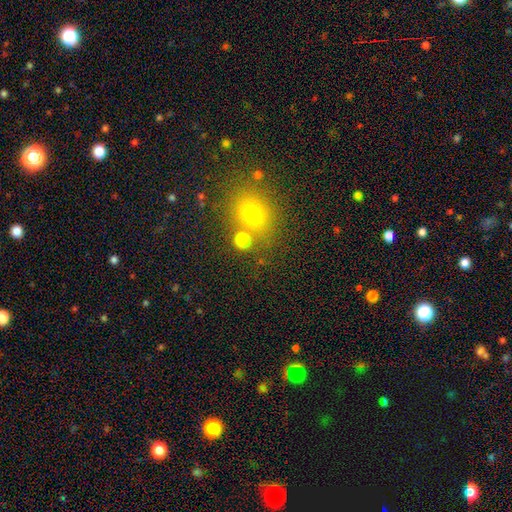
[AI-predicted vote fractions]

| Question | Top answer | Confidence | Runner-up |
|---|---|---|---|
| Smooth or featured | smooth | 57% | star or artifact (34%) |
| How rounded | round | 75% | in between (24%) |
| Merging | none | 72% | merger (16%) |